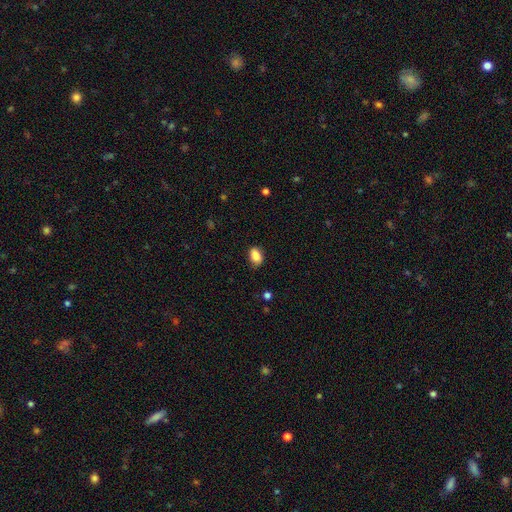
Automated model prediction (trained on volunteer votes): smooth 87%, star or artifact 8%, featured or disk 5%. Down the decision tree: how rounded — in between (85%); merging — none (78%).